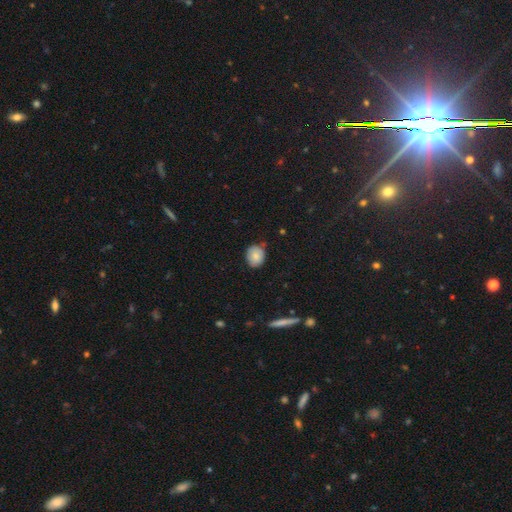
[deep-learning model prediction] Smooth or featured?
  - smooth: 80% *
  - featured or disk: 12%
  - star or artifact: 8%
How rounded?
  - round: 60% *
  - in between: 39%
  - cigar-shaped: 1%
Merging?
  - none: 76% *
  - minor disturbance: 20%
  - major disturbance: 3%
  - merger: 2%